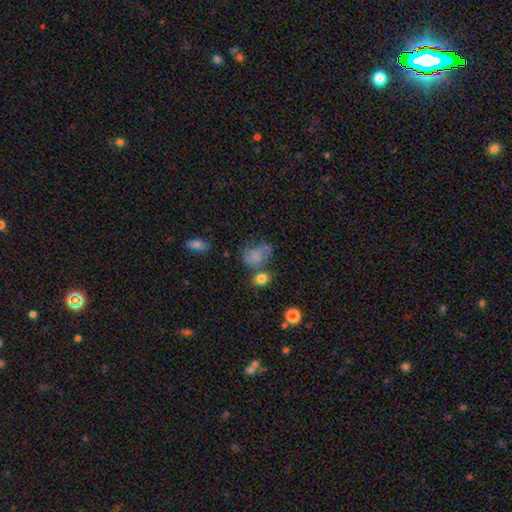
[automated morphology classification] Smooth or featured? Predicted: smooth (p=0.68). How rounded? Predicted: in between (p=0.62). Merging? Predicted: none (p=0.37).